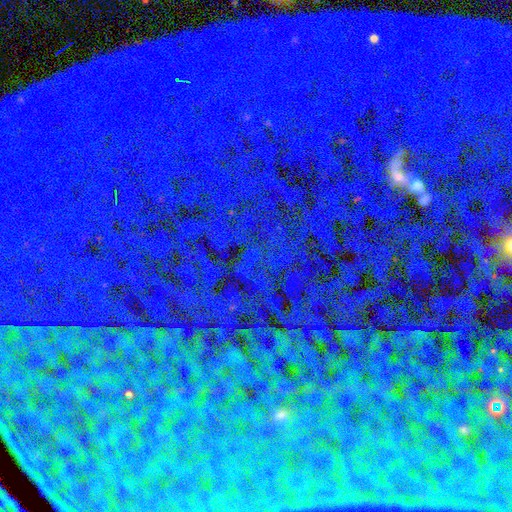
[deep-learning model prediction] This is clearly a star or artifact rather than a galaxy (84%).